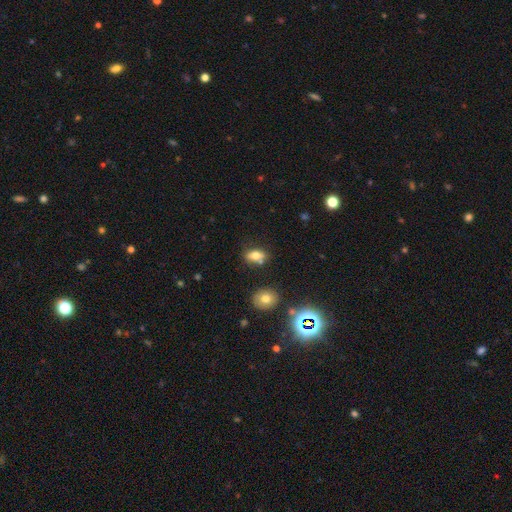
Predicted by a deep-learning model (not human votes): Smooth or featured? smooth (75%)
How rounded? in between (80%)
Merging? none (65%)